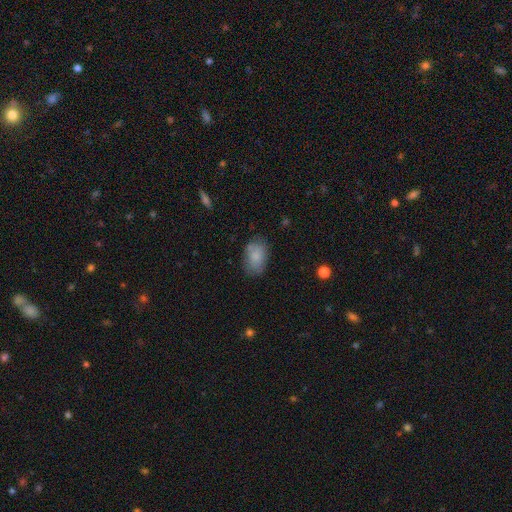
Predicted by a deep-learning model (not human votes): Q: Smooth or featured?
A: smooth (83%); runner-up: featured or disk (10%)
Q: How rounded?
A: in between (86%); runner-up: round (13%)
Q: Merging?
A: none (75%); runner-up: minor disturbance (19%)